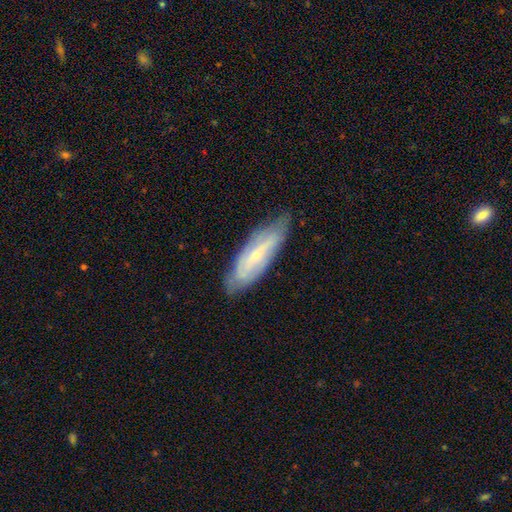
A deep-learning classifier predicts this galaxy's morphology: Smooth or featured? Predicted: featured or disk (p=0.58). Edge-on disk? Predicted: no (p=0.70). Merging? Predicted: none (p=0.74).